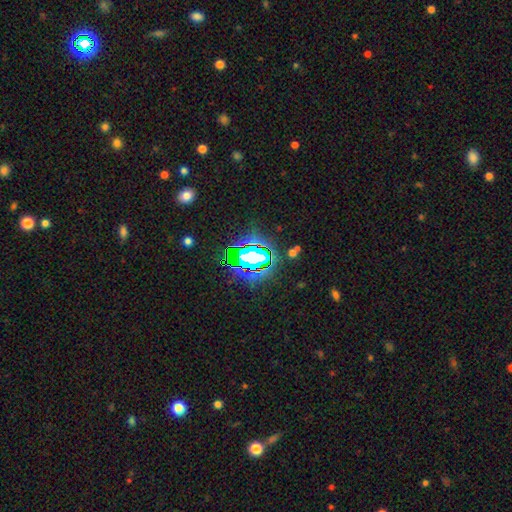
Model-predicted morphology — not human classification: Smooth or featured? Predicted: star or artifact (p=0.61).